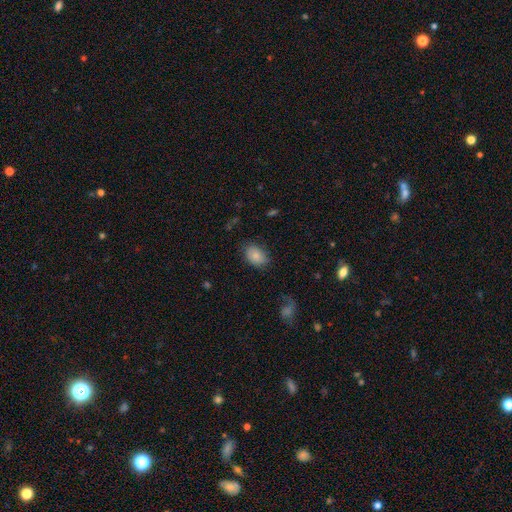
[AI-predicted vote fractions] The model was most divided on "merging": none: 76%, minor disturbance: 17%, major disturbance: 5%, merger: 1%. More confident: smooth or featured — smooth (82%); how rounded — in between (81%).